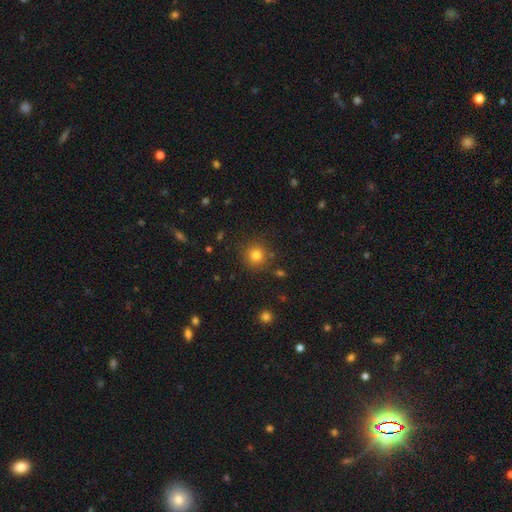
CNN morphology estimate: smooth-or-featured: smooth: 80% | star or artifact: 14% | featured or disk: 6%
  how-rounded: round: 94% | in between: 6% | cigar-shaped: 1%
  merging: none: 86% | minor disturbance: 8% | merger: 3% | major disturbance: 3%